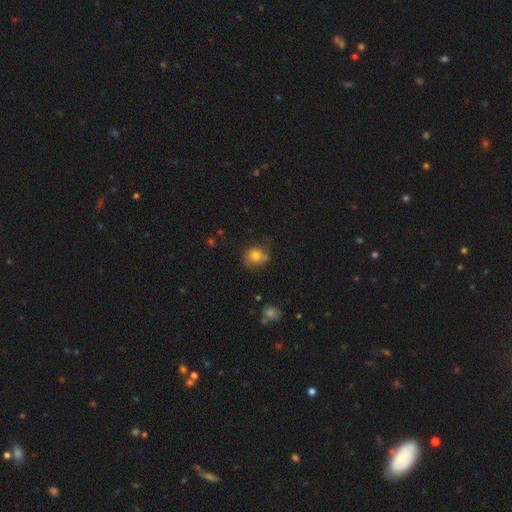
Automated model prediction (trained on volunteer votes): Smooth or featured? smooth (69%)
How rounded? round (74%)
Merging? none (52%)